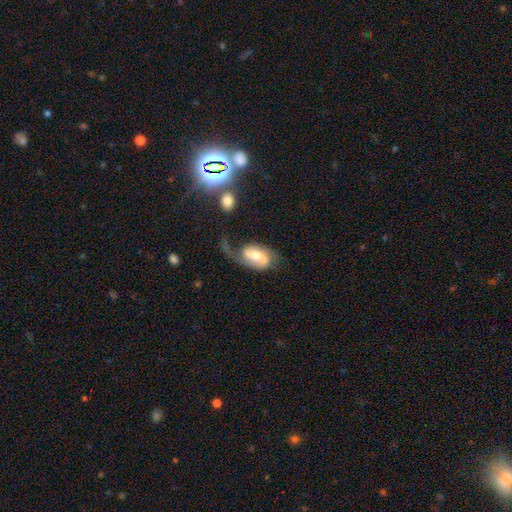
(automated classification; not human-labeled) Morphology: type=featured or disk (64%); edge-on=no (95%); bar=weak (42%); spiral arms=yes (86%); winding=loose (54%); arm count=2 (51%); bulge=moderate (60%); merging=major disturbance (43%).